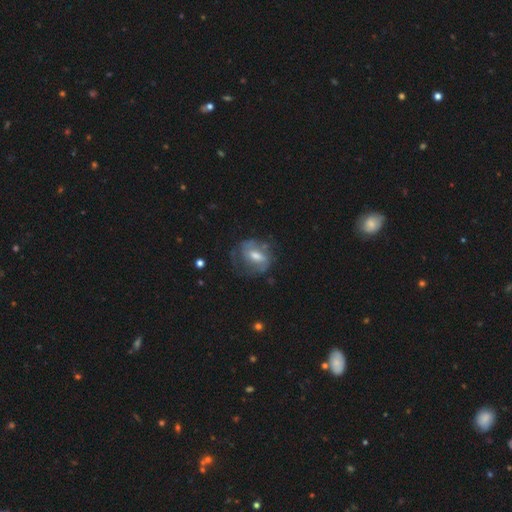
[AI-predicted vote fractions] smooth_or_featured: featured or disk (p=0.64) [alt: smooth p=0.27]
disk_edge_on: no (p=0.95) [alt: yes p=0.05]
bar: weak (p=0.49) [alt: no p=0.27]
has_spiral_arms: yes (p=0.77) [alt: no p=0.23]
bulge_size: moderate (p=0.60) [alt: small p=0.21]
merging: none (p=0.57) [alt: minor disturbance p=0.24]